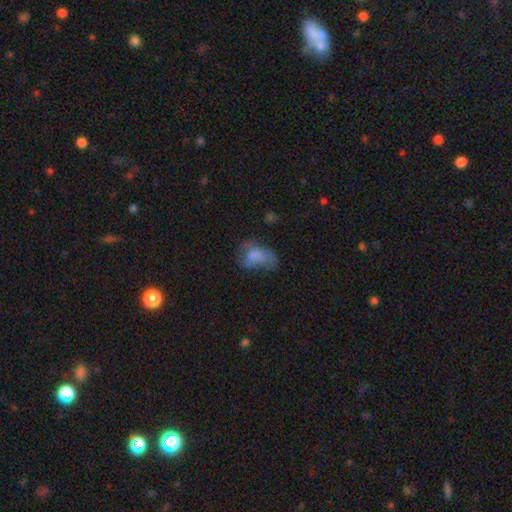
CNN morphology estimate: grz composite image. It shows a smooth galaxy with no disk features (65%) that is in between round and cigar-shaped (82%). Merging: none (33%, tied with major disturbance).